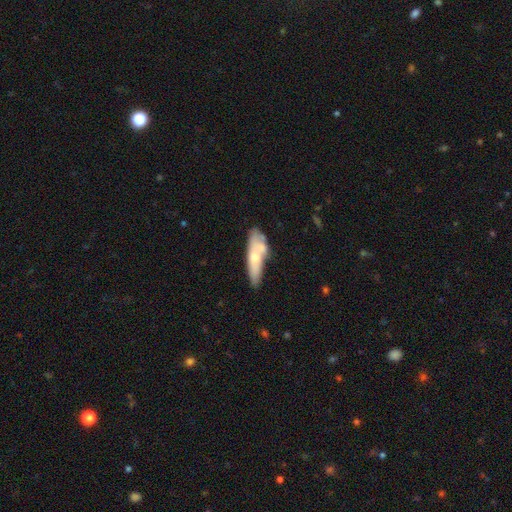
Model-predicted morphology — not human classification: smooth_or_featured: smooth (p=0.56) [alt: featured or disk p=0.38]
how_rounded: cigar-shaped (p=0.53) [alt: in between p=0.45]
merging: none (p=0.42) [alt: merger p=0.24]